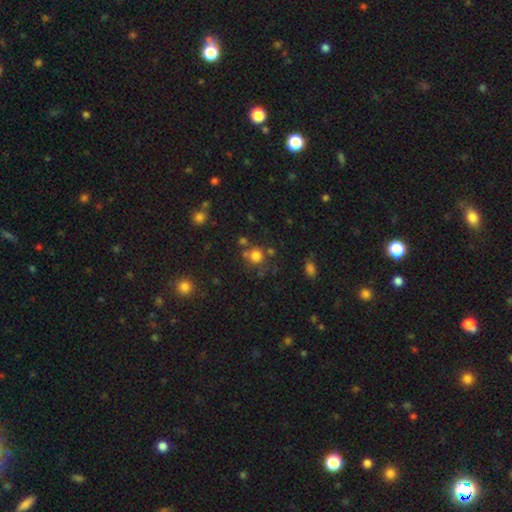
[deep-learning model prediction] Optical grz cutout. It shows a smooth galaxy with no disk features (76%) that is round (88%). Merging: none (66%).